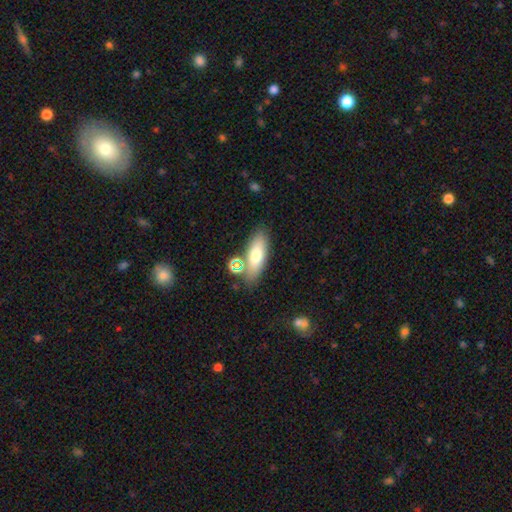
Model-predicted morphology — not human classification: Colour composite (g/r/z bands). It shows a smooth galaxy with no disk features (71%) that is in between round and cigar-shaped (68%). Merging: none (76%).